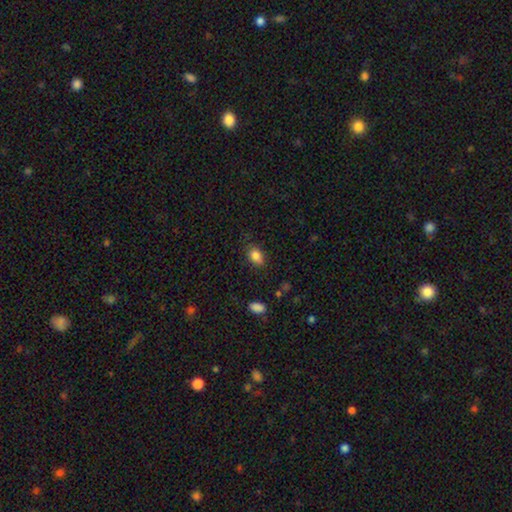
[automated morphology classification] Smooth or featured: smooth — 84% (star or artifact — 9%)
How rounded: in between — 84% (round — 14%)
Merging: none — 77% (minor disturbance — 18%)